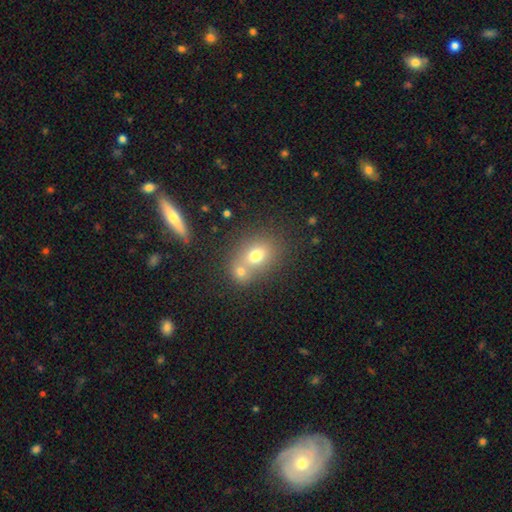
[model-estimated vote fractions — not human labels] smooth_or_featured: smooth (p=0.71) [alt: featured or disk p=0.16]
how_rounded: in between (p=0.54) [alt: round p=0.44]
merging: merger (p=0.44) [alt: none p=0.43]